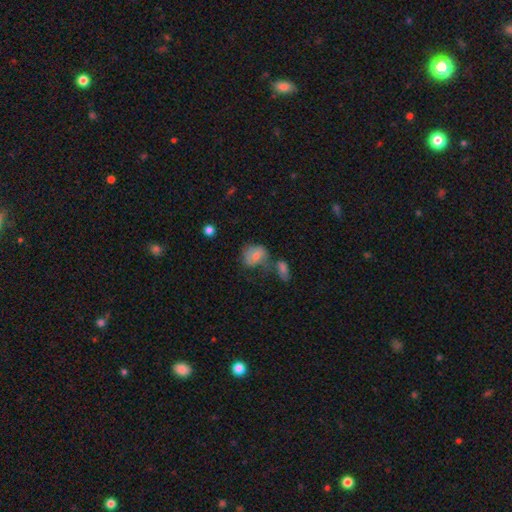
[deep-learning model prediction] Overall: smooth (61%; featured or disk 28%). How rounded: round (55%; in between 44%). Merging: none (42%; merger 24%).